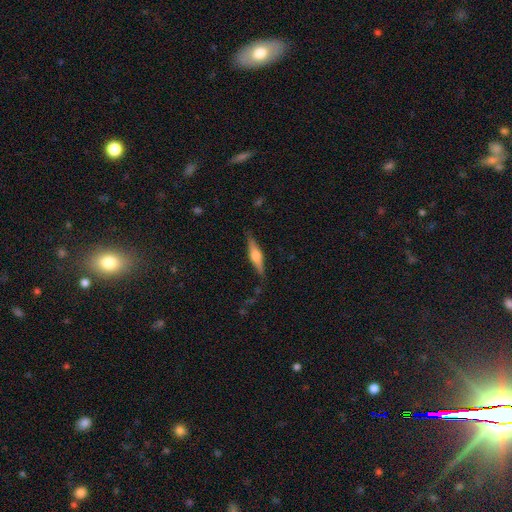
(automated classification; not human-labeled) The model was most divided on "smooth or featured": featured or disk: 64%, smooth: 29%, star or artifact: 6%. More confident: edge-on disk — yes (97%); edge-on bulge — rounded (86%); merging — none (85%).